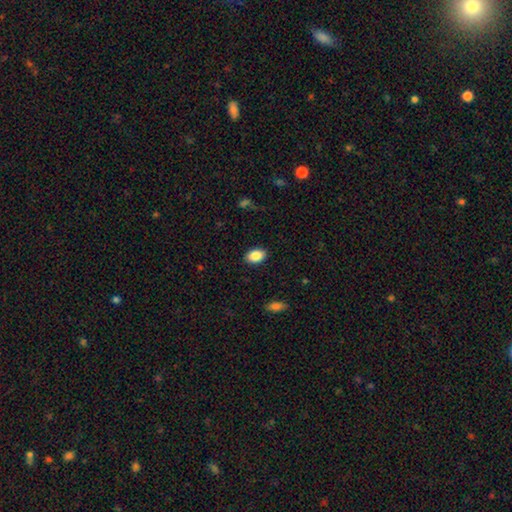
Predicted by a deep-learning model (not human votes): A smooth galaxy with no disk features (88%) that is in between round and cigar-shaped (88%).

Vote fractions:
- Smooth or featured? smooth: 88% / star or artifact: 8% / featured or disk: 5%
- How rounded? in between: 88% / round: 11% / cigar-shaped: 1%
- Merging? none: 88% / minor disturbance: 9% / major disturbance: 2% / merger: 1%